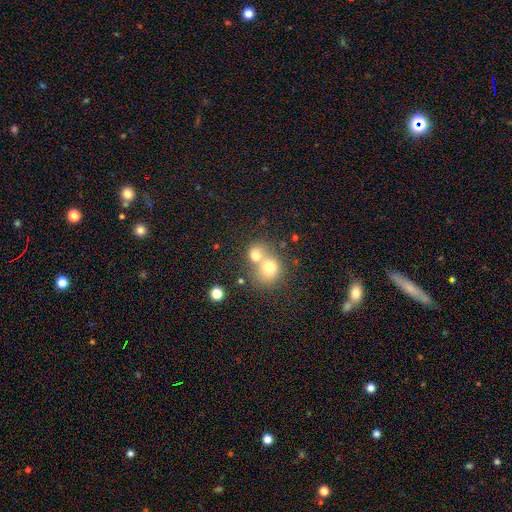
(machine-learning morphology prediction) Overall: smooth (72%). How rounded: round (74%). Merging: merger (64%; none 27%).